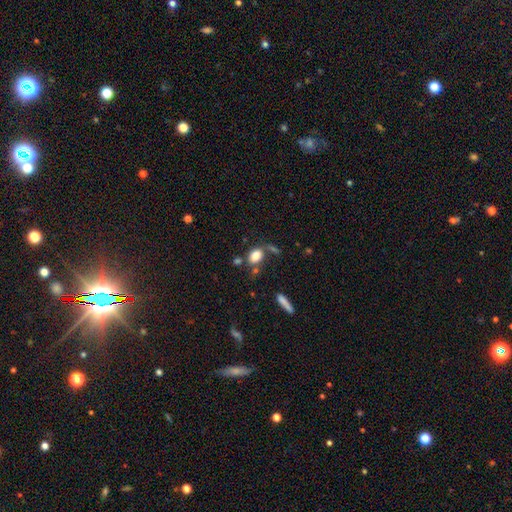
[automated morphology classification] Overall: smooth (82%). How rounded: in between (75%). Merging: none (56%; merger 19%).